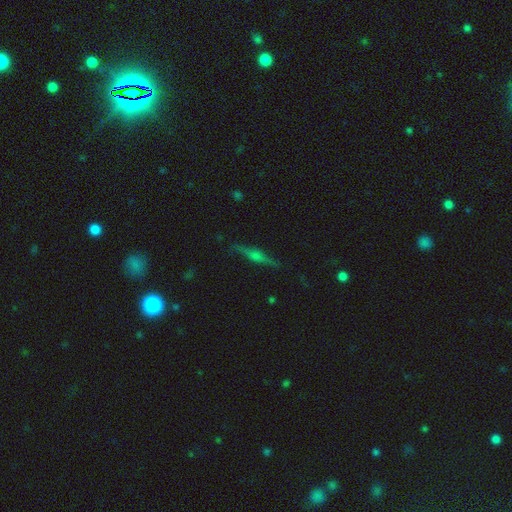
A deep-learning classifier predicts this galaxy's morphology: Overall: featured or disk (72%). Edge-on disk: yes (97%). Edge-on bulge: rounded (78%). Merging: none (87%).